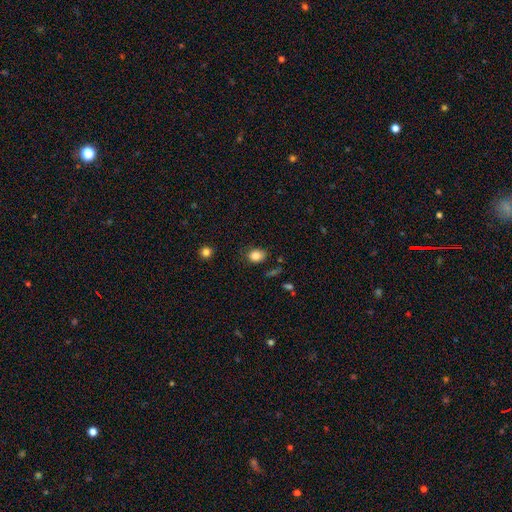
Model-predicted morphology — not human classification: smooth-or-featured: smooth: 83% | star or artifact: 10% | featured or disk: 6%
  how-rounded: in between: 52% | round: 47% | cigar-shaped: 1%
  merging: none: 77% | minor disturbance: 17% | major disturbance: 4% | merger: 2%